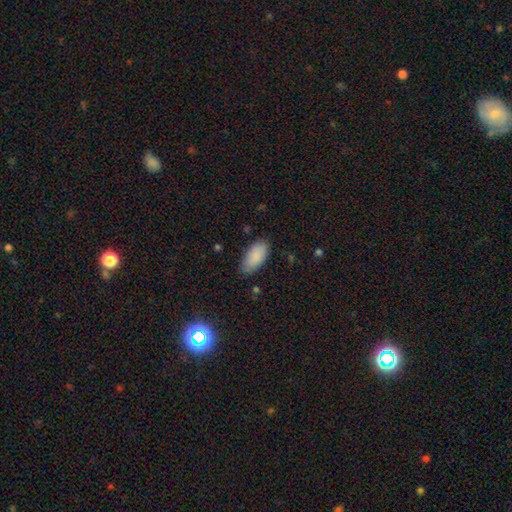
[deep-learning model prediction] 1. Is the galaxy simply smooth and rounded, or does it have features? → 89% smooth, 6% star or artifact, 5% featured or disk.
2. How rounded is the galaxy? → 93% in between, 5% cigar-shaped, 2% round.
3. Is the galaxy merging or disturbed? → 79% none, 17% minor disturbance, 3% major disturbance, 1% merger.